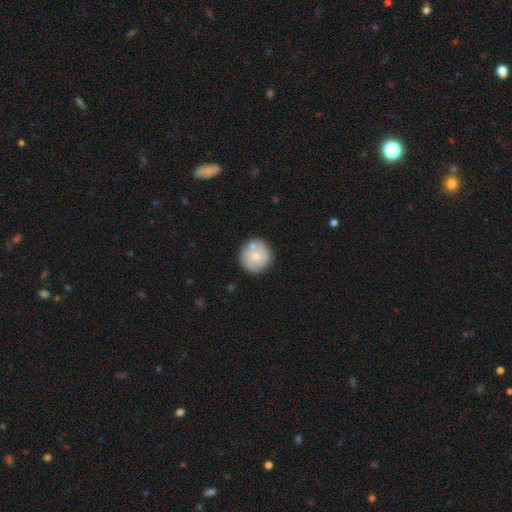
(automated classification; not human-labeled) Q: Smooth or featured?
A: smooth (60%); runner-up: featured or disk (33%)
Q: How rounded?
A: round (90%); runner-up: in between (9%)
Q: Merging?
A: none (71%); runner-up: minor disturbance (14%)